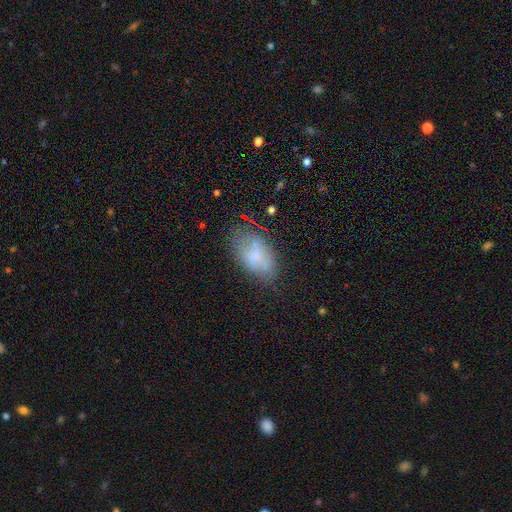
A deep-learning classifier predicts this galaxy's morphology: This appears to be a smooth galaxy with no disk features (68%) that is in between round and cigar-shaped (93%). Merging: none (57%).